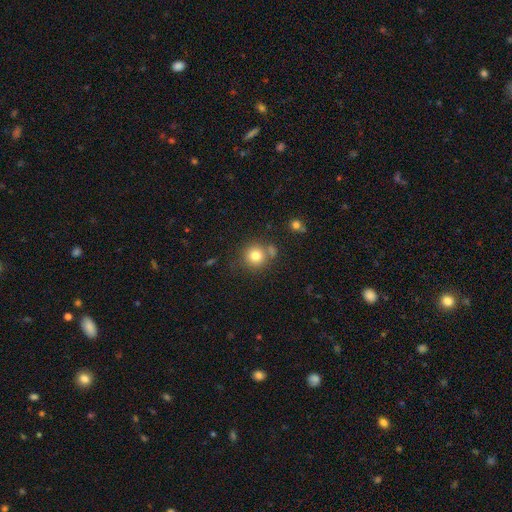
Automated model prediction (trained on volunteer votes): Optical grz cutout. It shows a smooth galaxy with no disk features (80%) that is round (92%). Merging: none (72%).